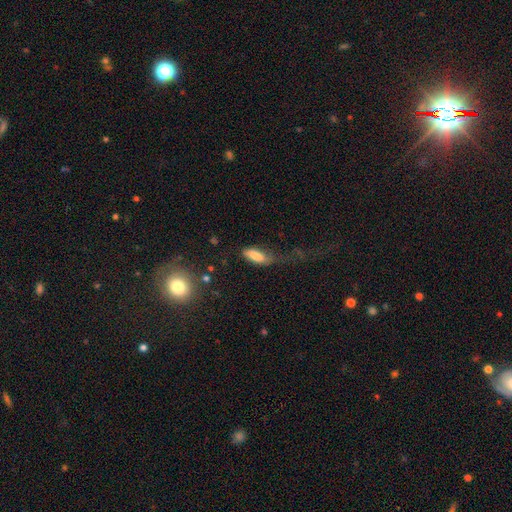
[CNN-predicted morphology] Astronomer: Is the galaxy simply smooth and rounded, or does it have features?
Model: smooth — 79%.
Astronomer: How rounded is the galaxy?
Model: in between — 76%.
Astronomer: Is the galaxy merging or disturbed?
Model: major disturbance — 36% (runner-up: none, 32%).